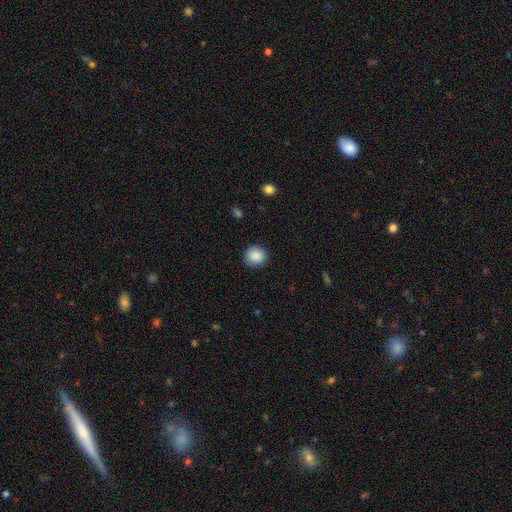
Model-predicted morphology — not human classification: Smooth or featured?
  - smooth: 88% *
  - star or artifact: 8%
  - featured or disk: 4%
How rounded?
  - round: 90% *
  - in between: 9%
  - cigar-shaped: 1%
Merging?
  - none: 88% *
  - minor disturbance: 9%
  - major disturbance: 2%
  - merger: 1%